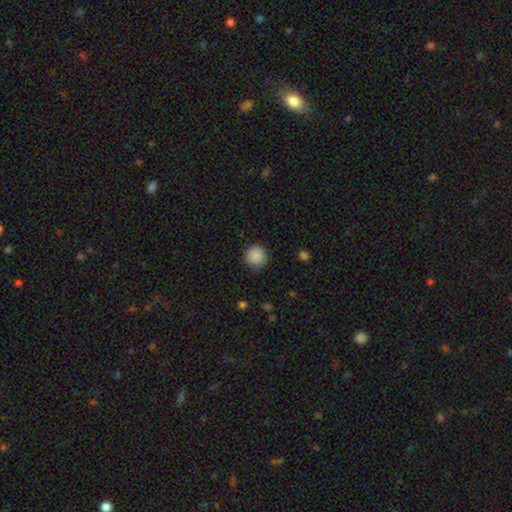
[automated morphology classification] A smooth galaxy with no disk features (87%) that is round (93%).

Vote fractions:
- Smooth or featured? smooth: 87% / star or artifact: 9% / featured or disk: 4%
- How rounded? round: 93% / in between: 6% / cigar-shaped: 1%
- Merging? none: 86% / minor disturbance: 10% / major disturbance: 3% / merger: 1%